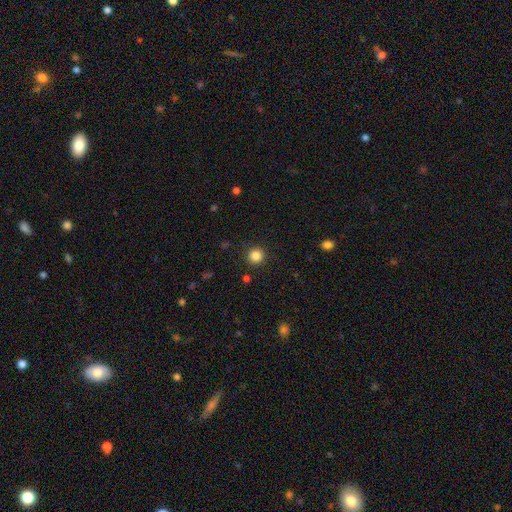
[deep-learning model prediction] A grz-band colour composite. It shows a smooth galaxy with no disk features (84%) that is round (95%). Merging: none (91%).